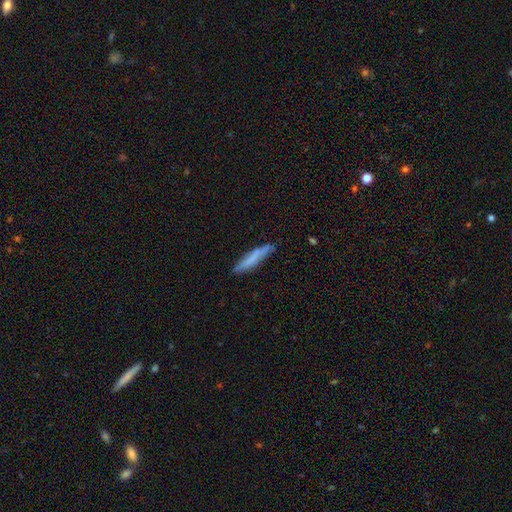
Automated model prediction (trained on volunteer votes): A smooth galaxy with no disk features (65%) that is cigar-shaped (90%).

Vote fractions:
- Smooth or featured? smooth: 65% / featured or disk: 28% / star or artifact: 7%
- How rounded? cigar-shaped: 90% / in between: 8% / round: 1%
- Merging? none: 79% / minor disturbance: 16% / major disturbance: 3% / merger: 2%